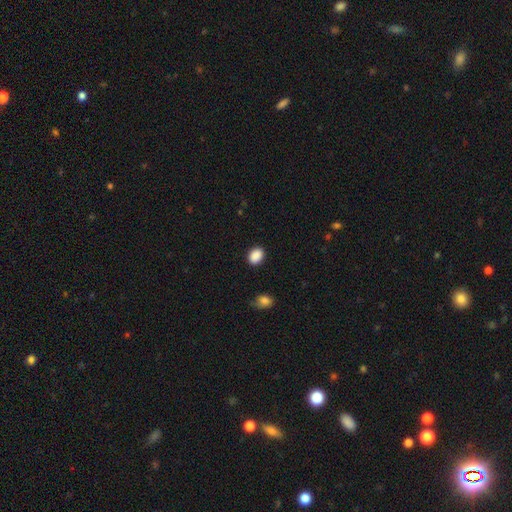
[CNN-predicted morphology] This is clearly a smooth galaxy (89%). How rounded: likely in between (64%). Merging: clearly none (87%).